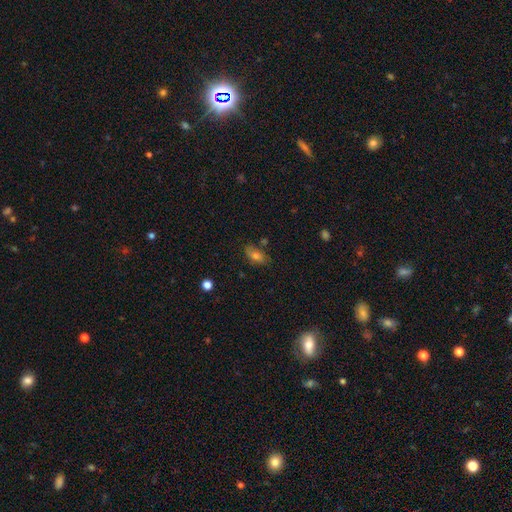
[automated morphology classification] type=smooth (66%); roundness=in between (85%); merging=none (74%).